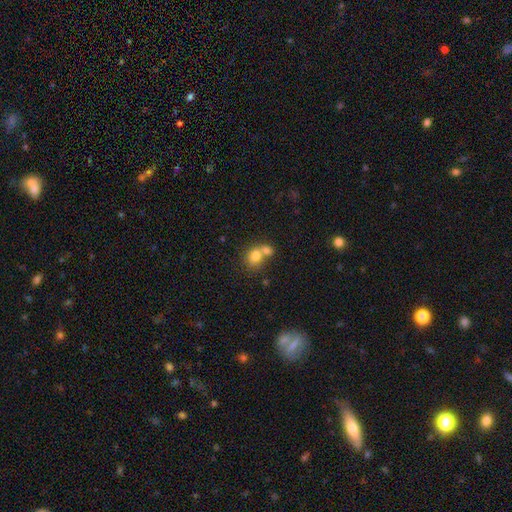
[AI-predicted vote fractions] A smooth galaxy with no disk features (77%) that is round (60%).

Vote fractions:
- Smooth or featured? smooth: 77% / featured or disk: 13% / star or artifact: 10%
- How rounded? round: 60% / in between: 39% / cigar-shaped: 1%
- Merging? merger: 58% / none: 32% / minor disturbance: 7% / major disturbance: 3%